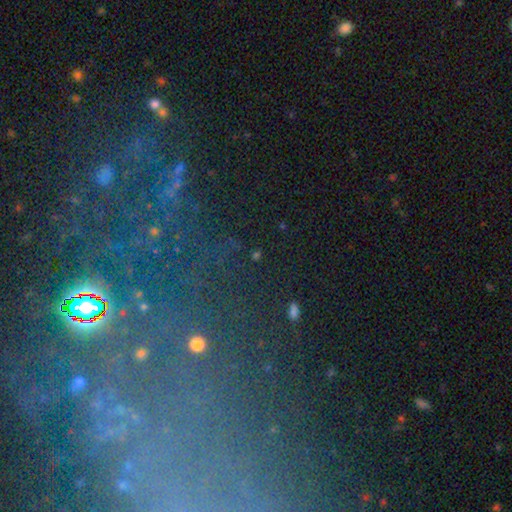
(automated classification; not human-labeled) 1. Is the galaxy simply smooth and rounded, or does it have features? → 58% star or artifact, 27% smooth, 15% featured or disk.